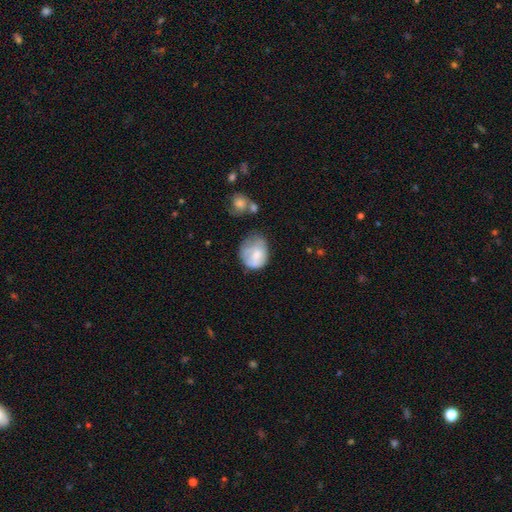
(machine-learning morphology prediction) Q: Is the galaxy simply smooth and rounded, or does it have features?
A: smooth — 66%.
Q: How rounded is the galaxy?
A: in between — 51%.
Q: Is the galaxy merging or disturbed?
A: none — 36%.